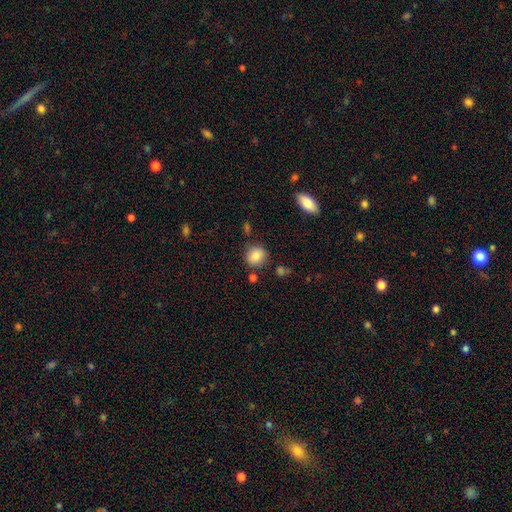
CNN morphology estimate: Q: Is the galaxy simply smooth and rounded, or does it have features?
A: smooth — 83%.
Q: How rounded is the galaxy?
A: round — 87%.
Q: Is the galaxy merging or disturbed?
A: none — 82%.